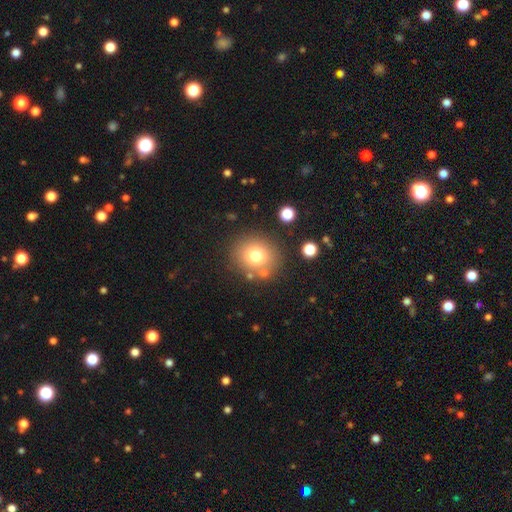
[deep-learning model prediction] This is likely a smooth galaxy (74%). How rounded: clearly round (83%). Merging: likely none (80%).